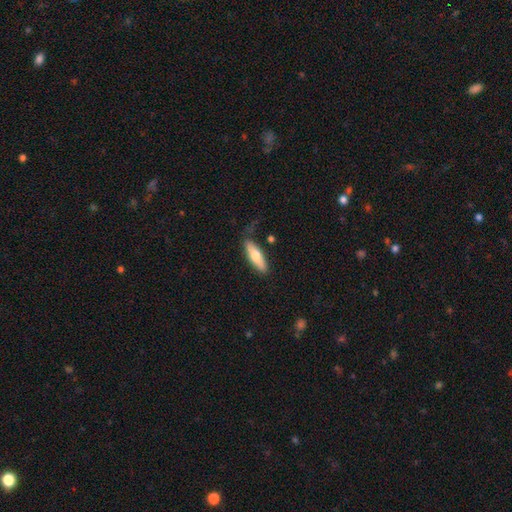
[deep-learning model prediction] Morphology: type=smooth (64%); roundness=cigar-shaped (56%); merging=none (76%).